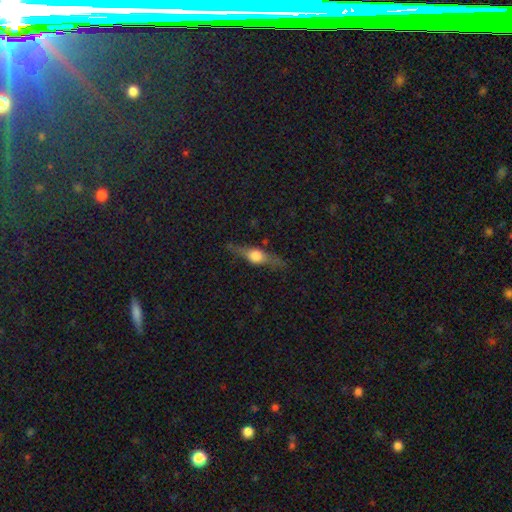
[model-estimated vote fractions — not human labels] The model was most divided on "smooth or featured": featured or disk: 67%, smooth: 25%, star or artifact: 8%. More confident: edge-on disk — yes (95%); edge-on bulge — rounded (93%); merging — none (83%).